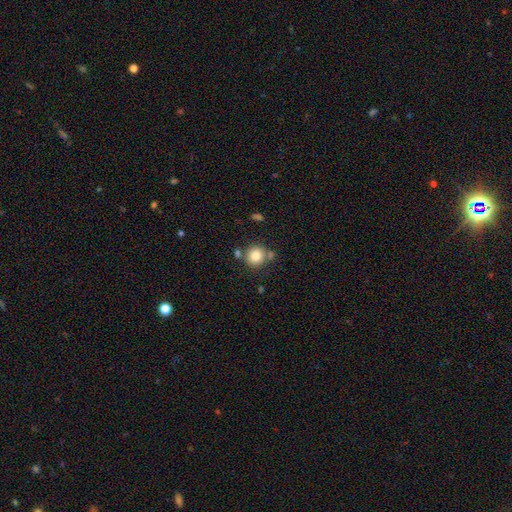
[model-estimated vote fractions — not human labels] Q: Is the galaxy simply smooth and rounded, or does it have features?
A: smooth — 81%.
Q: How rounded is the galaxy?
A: round — 90%.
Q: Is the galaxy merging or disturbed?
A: none — 73%.